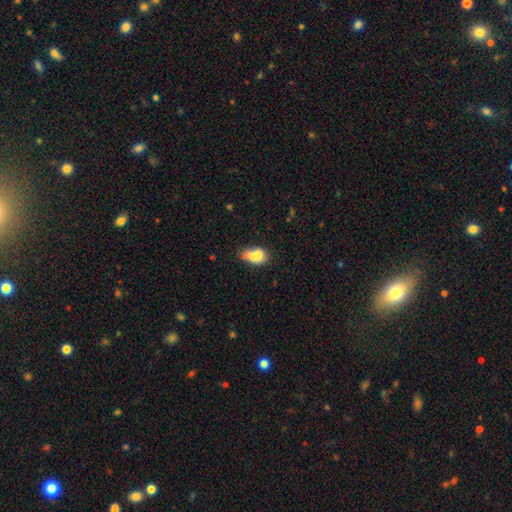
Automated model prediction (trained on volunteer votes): smooth 70%, featured or disk 20%, star or artifact 9%. Down the decision tree: how rounded — in between (77%); merging — merger (41%).